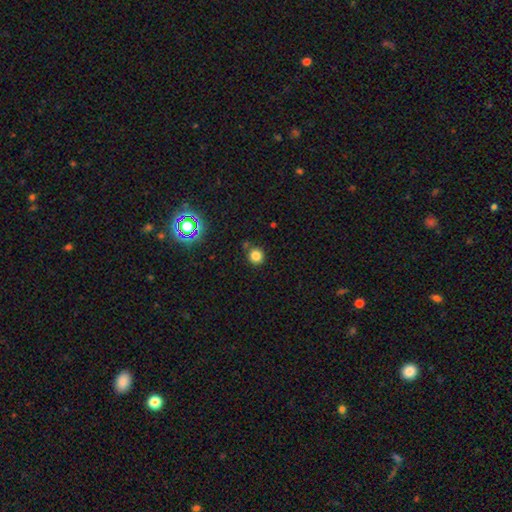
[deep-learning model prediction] smooth 81%, star or artifact 15%, featured or disk 5%. Down the decision tree: how rounded — round (92%); merging — none (83%).